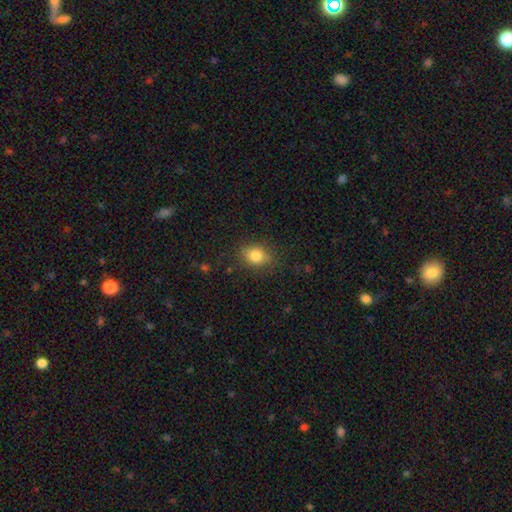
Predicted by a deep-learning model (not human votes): Smooth or featured? smooth (81%)
How rounded? in between (52%)
Merging? none (80%)